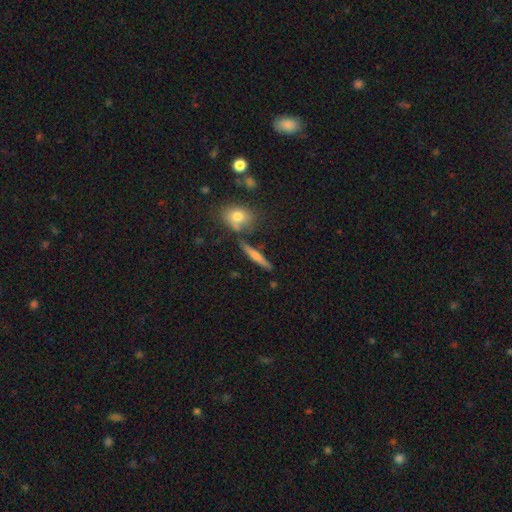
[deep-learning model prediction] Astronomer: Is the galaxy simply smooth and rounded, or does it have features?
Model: featured or disk — 51% (runner-up: smooth, 39%).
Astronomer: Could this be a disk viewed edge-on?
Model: yes — 94%.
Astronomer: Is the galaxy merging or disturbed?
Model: none — 79%.